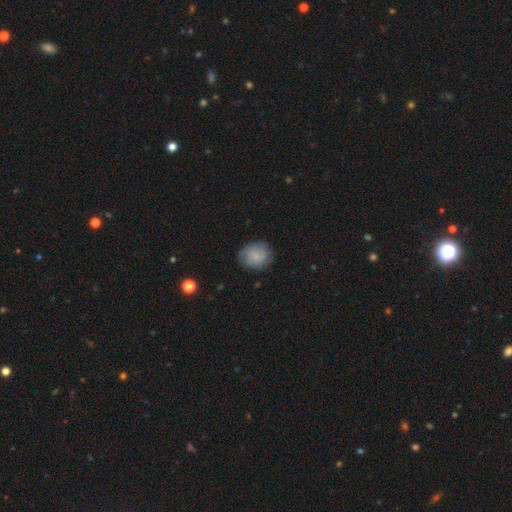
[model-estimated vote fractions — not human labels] smooth_or_featured: smooth (p=0.67) [alt: featured or disk p=0.24]
how_rounded: round (p=0.72) [alt: in between p=0.27]
merging: none (p=0.78) [alt: minor disturbance p=0.17]